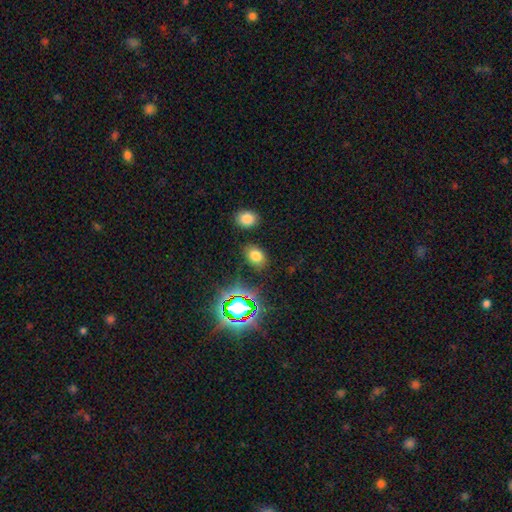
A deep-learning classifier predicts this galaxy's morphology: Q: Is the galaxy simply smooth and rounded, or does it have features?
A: smooth — 73%.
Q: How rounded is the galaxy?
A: in between — 76%.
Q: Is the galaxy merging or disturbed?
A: none — 81%.